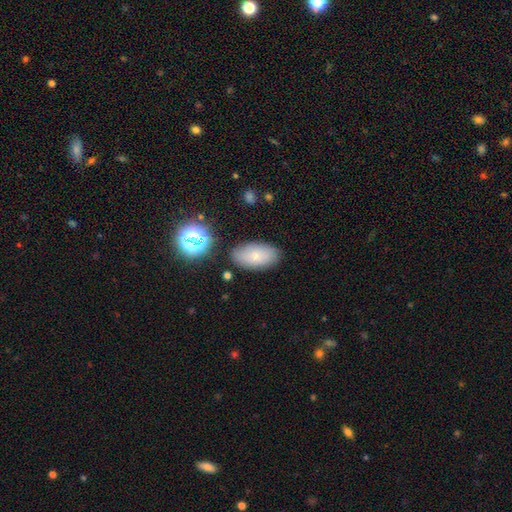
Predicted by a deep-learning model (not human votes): Smooth or featured? smooth (72%)
How rounded? in between (92%)
Merging? none (80%)